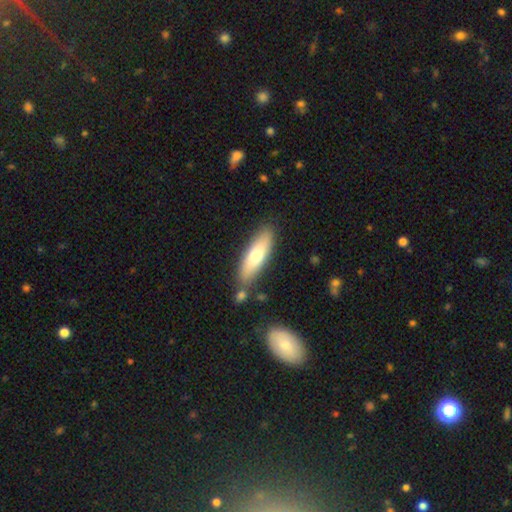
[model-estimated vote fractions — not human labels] Morphology: type=smooth (68%); roundness=cigar-shaped (55%); merging=none (79%).